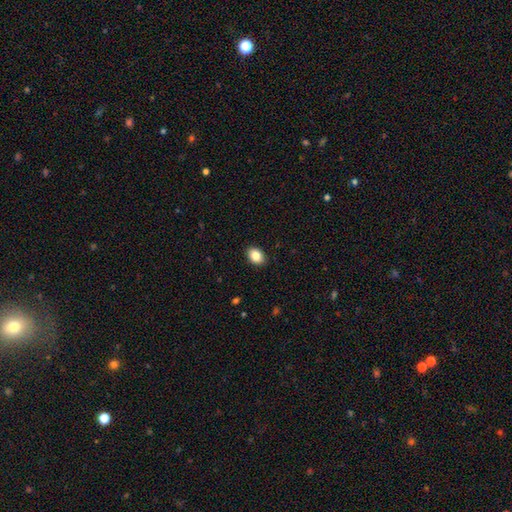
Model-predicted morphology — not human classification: Smooth or featured? smooth (85%)
How rounded? in between (78%)
Merging? none (90%)